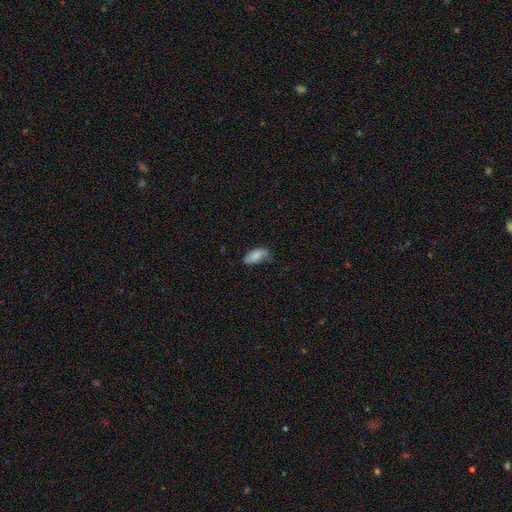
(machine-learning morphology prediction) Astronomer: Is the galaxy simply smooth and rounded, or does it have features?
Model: smooth — 83%.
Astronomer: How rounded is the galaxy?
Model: in between — 91%.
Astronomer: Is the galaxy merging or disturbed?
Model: none — 56% (runner-up: minor disturbance, 34%).